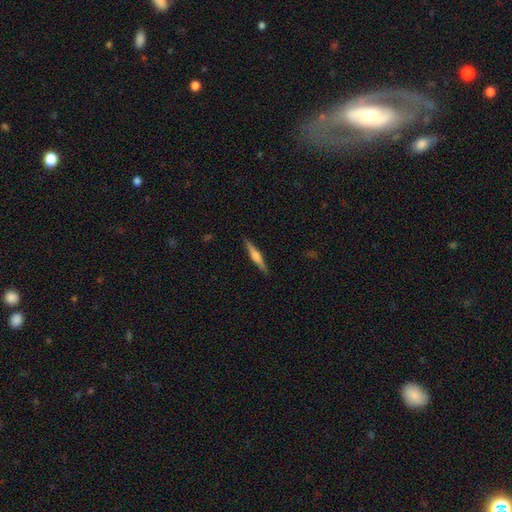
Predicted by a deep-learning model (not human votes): Smooth or featured? Predicted: featured or disk (p=0.58). Edge-on disk? Predicted: yes (p=0.98). Edge-on bulge? Predicted: rounded (p=0.77). Merging? Predicted: none (p=0.90).